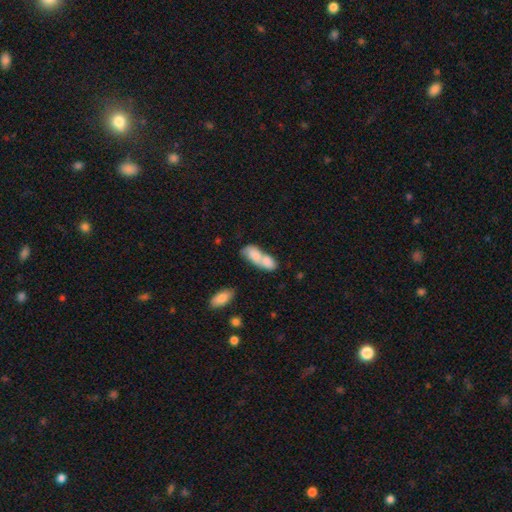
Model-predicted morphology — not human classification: A smooth galaxy with no disk features (72%) that is in between round and cigar-shaped (81%). Merging: merger (68%).